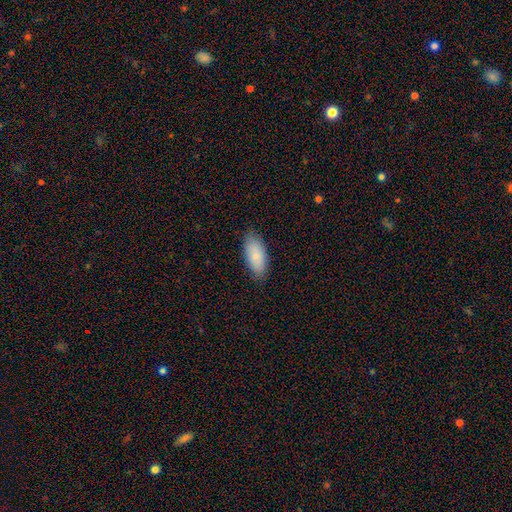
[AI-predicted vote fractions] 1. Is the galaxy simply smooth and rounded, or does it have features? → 81% smooth, 12% featured or disk, 6% star or artifact.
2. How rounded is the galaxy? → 90% in between, 8% cigar-shaped, 2% round.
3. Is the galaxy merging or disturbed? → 81% none, 16% minor disturbance, 3% major disturbance, 1% merger.